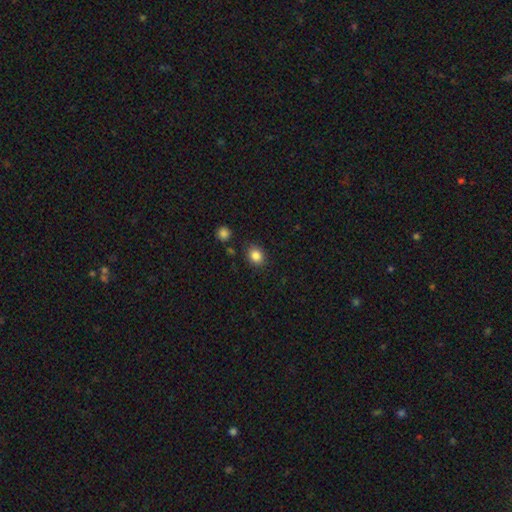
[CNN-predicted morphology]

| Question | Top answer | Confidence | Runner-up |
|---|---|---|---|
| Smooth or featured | smooth | 85% | star or artifact (10%) |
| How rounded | round | 55% | in between (44%) |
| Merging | none | 84% | minor disturbance (10%) |